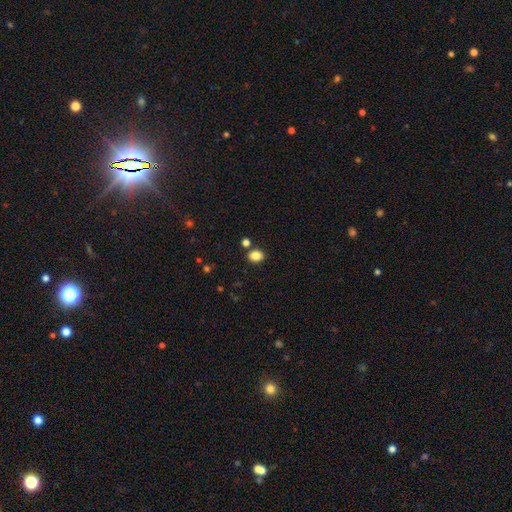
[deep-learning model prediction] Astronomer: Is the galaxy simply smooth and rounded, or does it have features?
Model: smooth — 85%.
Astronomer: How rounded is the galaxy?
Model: round — 52% (runner-up: in between, 47%).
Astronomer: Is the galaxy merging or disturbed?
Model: none — 82%.